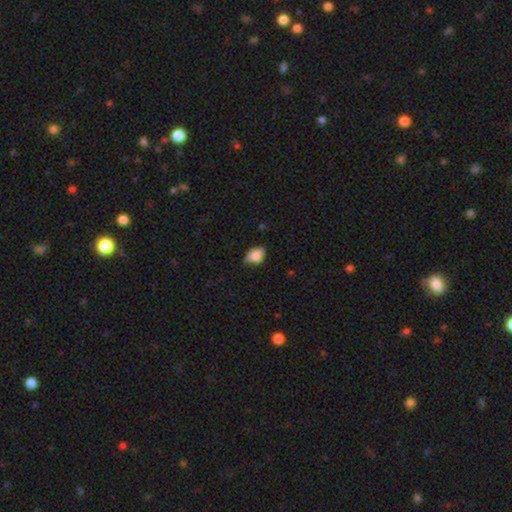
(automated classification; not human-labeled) smooth-or-featured: smooth: 79% | featured or disk: 12% | star or artifact: 9%
  how-rounded: in between: 82% | round: 16% | cigar-shaped: 3%
  merging: none: 58% | minor disturbance: 35% | major disturbance: 6% | merger: 2%